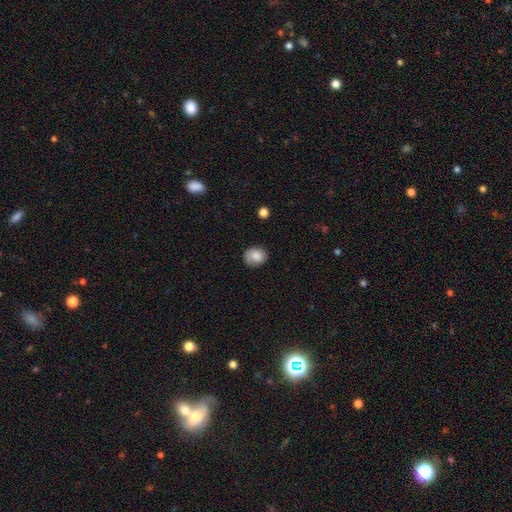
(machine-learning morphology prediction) This appears to be a smooth galaxy with no disk features (85%) that is round (60%). Merging: none (77%).